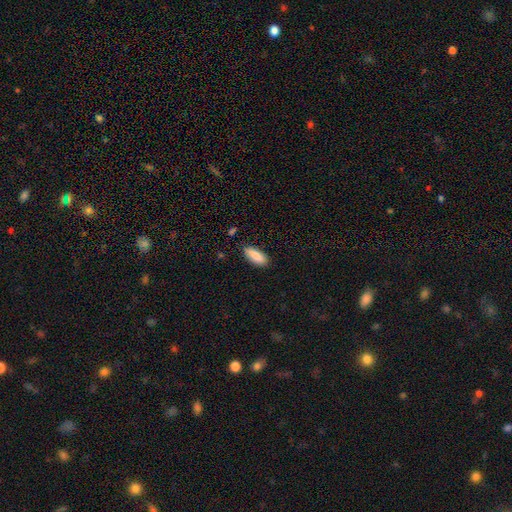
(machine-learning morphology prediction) Overall: smooth (86%). How rounded: in between (78%). Merging: none (85%).